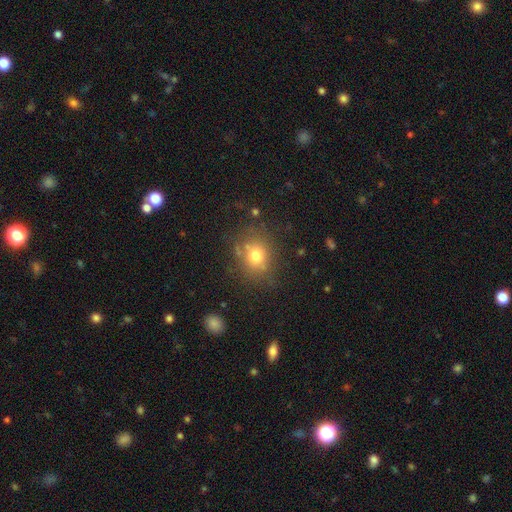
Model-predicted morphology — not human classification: Smooth or featured? smooth (74%)
How rounded? round (72%)
Merging? none (76%)